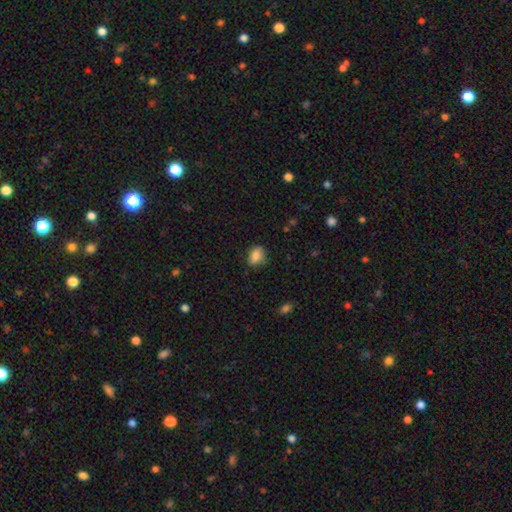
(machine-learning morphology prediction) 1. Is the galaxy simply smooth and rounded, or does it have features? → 87% smooth, 8% star or artifact, 5% featured or disk.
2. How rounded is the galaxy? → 78% in between, 20% round, 2% cigar-shaped.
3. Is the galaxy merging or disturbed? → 77% none, 18% minor disturbance, 3% major disturbance, 1% merger.